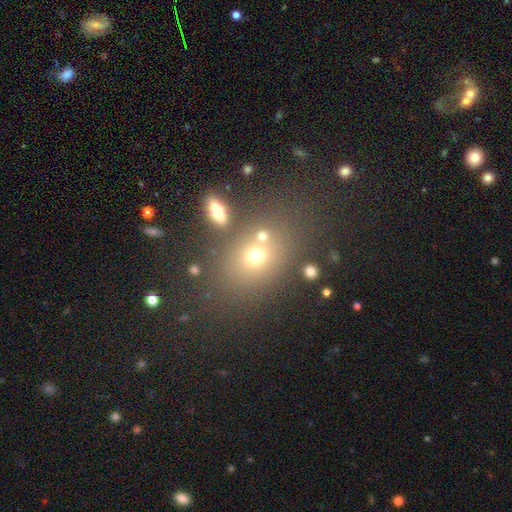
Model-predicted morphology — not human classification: Overall: smooth (64%). How rounded: in between (57%; round 41%). Merging: none (64%).